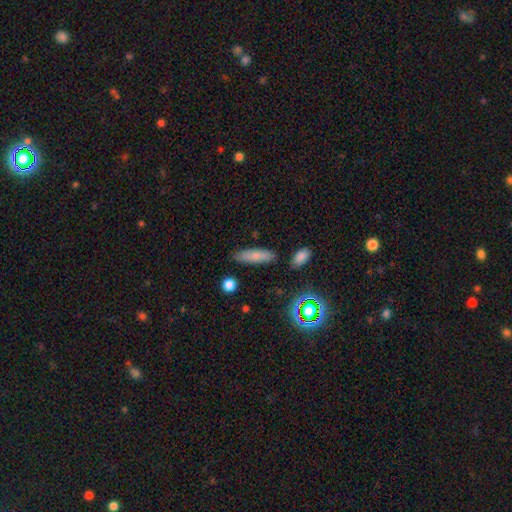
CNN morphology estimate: smooth-or-featured: smooth: 77% | featured or disk: 13% | star or artifact: 10%
  how-rounded: cigar-shaped: 60% | in between: 37% | round: 3%
  merging: none: 83% | minor disturbance: 11% | merger: 3% | major disturbance: 3%